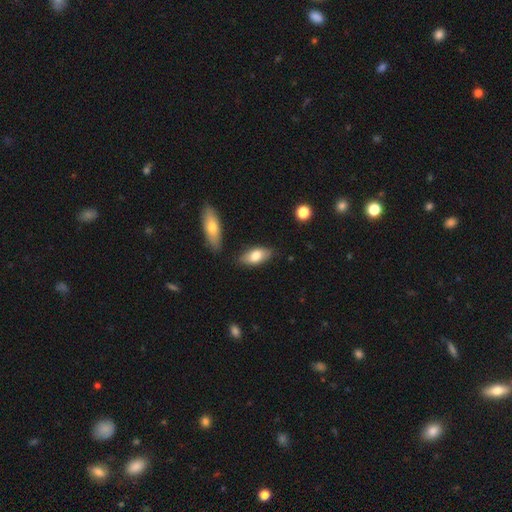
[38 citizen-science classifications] A smooth galaxy with no disk features (66%) that is in between round and cigar-shaped (88%). Merging: none (79%).